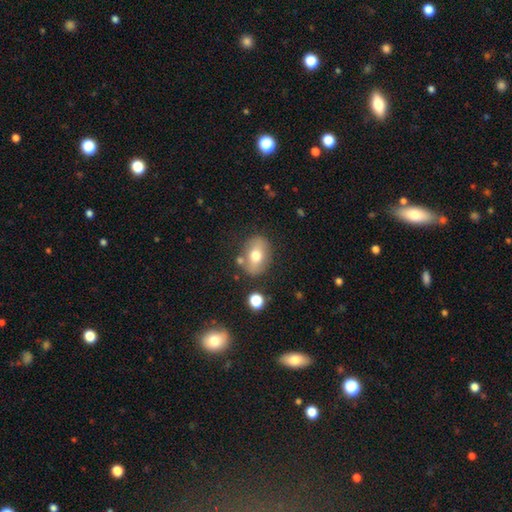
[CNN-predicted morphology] smooth_or_featured: smooth (p=0.61) [alt: featured or disk p=0.30]
how_rounded: in between (p=0.72) [alt: round p=0.26]
merging: none (p=0.76) [alt: minor disturbance p=0.14]